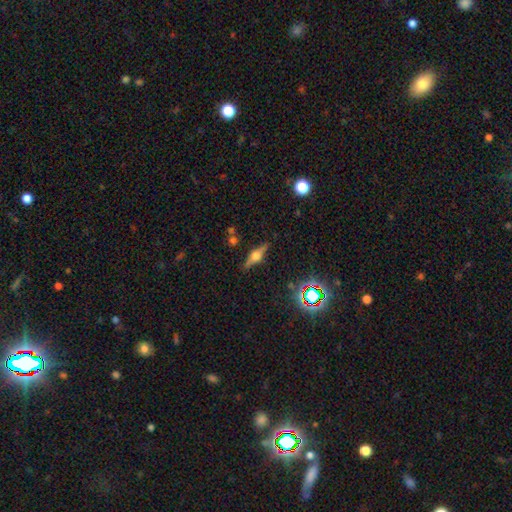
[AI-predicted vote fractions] Smooth or featured: featured or disk — 69% (smooth — 20%)
Edge-on disk: yes — 96% (no — 4%)
Edge-on bulge: rounded — 92% (boxy — 7%)
Merging: none — 86% (minor disturbance — 10%)